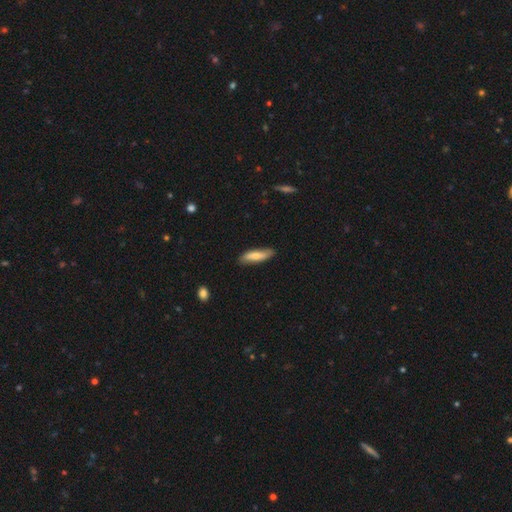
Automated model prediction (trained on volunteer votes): The model was most divided on "how rounded": cigar-shaped: 64%, in between: 34%, round: 2%. More confident: merging — none (80%); smooth or featured — smooth (71%).